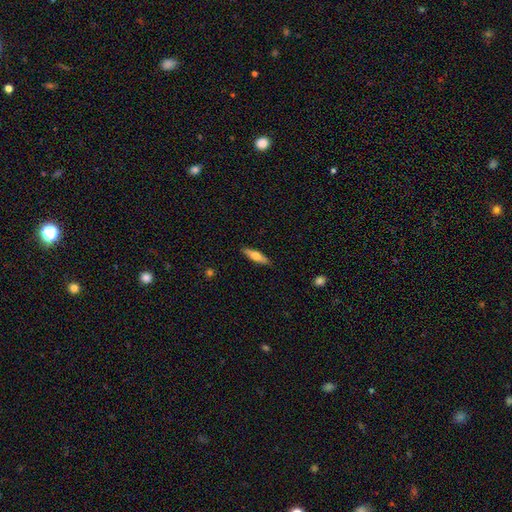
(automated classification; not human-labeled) This is possibly a smooth galaxy (55%). How rounded: likely cigar-shaped (69%). Merging: clearly none (89%).